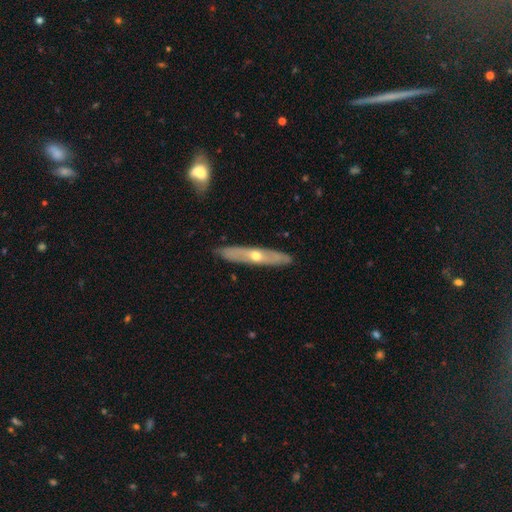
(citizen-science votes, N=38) Smooth or featured? 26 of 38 (68%) said featured or disk. Edge-on disk? 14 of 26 (54%) said yes. Edge-on bulge? 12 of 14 (86%) said rounded. Merging? 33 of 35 (94%) said none.